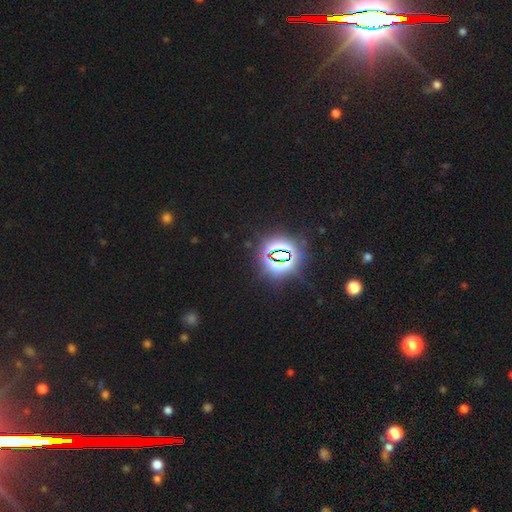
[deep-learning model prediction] A star or artifact, not a galaxy (78%).